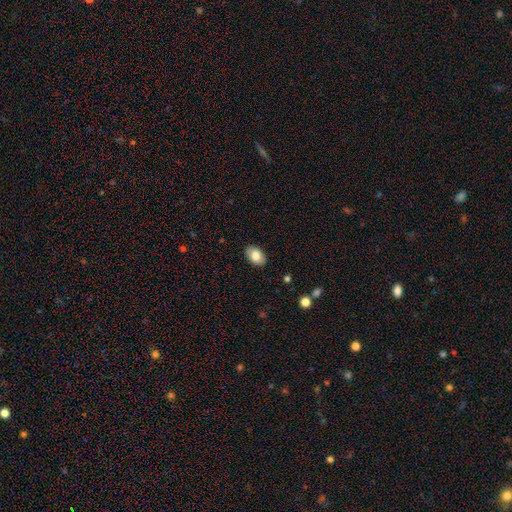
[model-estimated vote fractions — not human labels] Smooth or featured? Predicted: smooth (p=0.81). How rounded? Predicted: in between (p=0.88). Merging? Predicted: none (p=0.88).